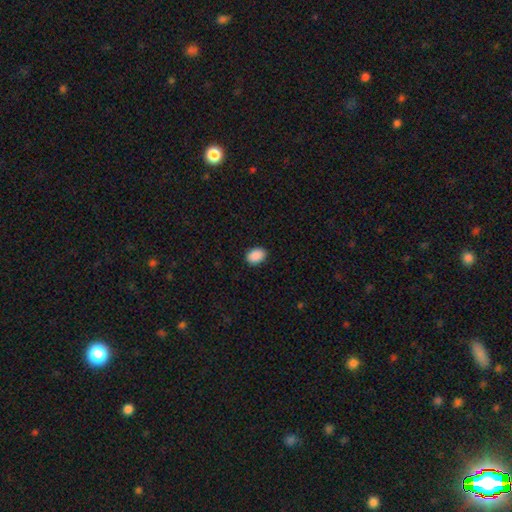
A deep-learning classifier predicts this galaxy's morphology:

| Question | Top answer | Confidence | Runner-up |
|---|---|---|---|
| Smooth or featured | smooth | 90% | star or artifact (7%) |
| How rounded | in between | 77% | round (22%) |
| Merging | none | 89% | minor disturbance (8%) |